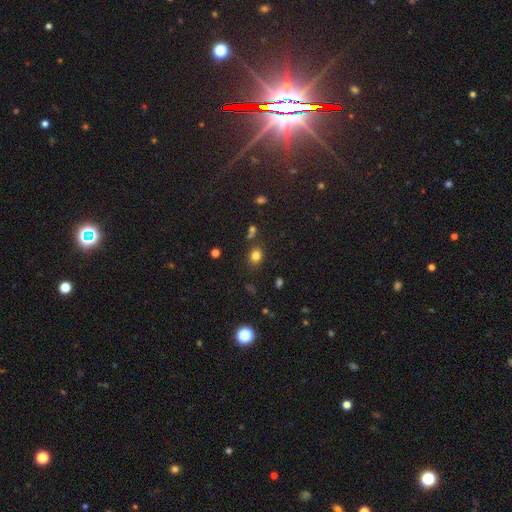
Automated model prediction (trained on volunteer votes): Smooth or featured?
  - smooth: 78% *
  - star or artifact: 15%
  - featured or disk: 7%
How rounded?
  - round: 54% *
  - in between: 45%
  - cigar-shaped: 1%
Merging?
  - none: 79% *
  - minor disturbance: 11%
  - merger: 6%
  - major disturbance: 4%